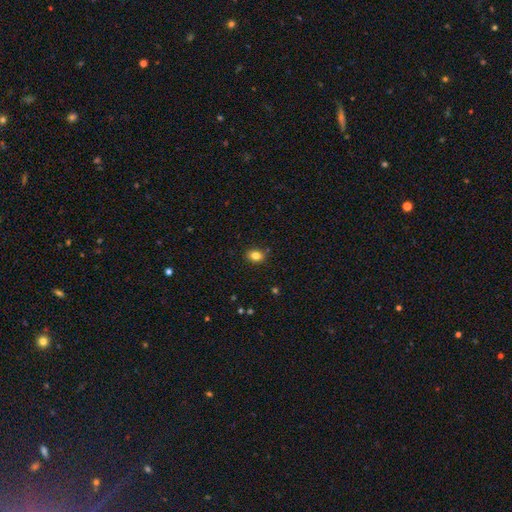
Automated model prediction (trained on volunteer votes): smooth-or-featured: smooth: 83% | star or artifact: 11% | featured or disk: 6%
  how-rounded: in between: 60% | round: 39% | cigar-shaped: 1%
  merging: none: 87% | minor disturbance: 10% | major disturbance: 2% | merger: 2%